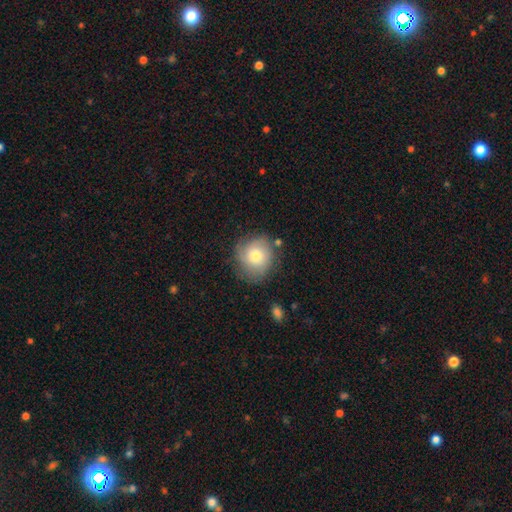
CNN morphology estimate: The model was most divided on "smooth or featured": smooth: 66%, featured or disk: 26%, star or artifact: 9%. More confident: how rounded — round (87%); merging — none (71%).